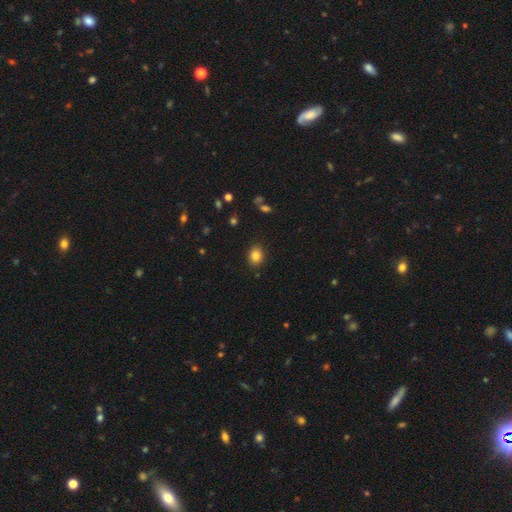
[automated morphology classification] Smooth or featured: smooth — 84% (star or artifact — 10%)
How rounded: in between — 53% (round — 47%)
Merging: none — 88% (minor disturbance — 8%)